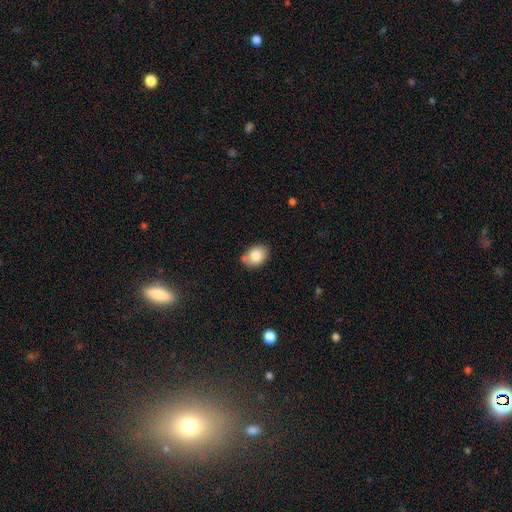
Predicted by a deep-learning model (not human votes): This appears to be a smooth galaxy with no disk features (82%) that is in between round and cigar-shaped (74%). Merging: none (74%).